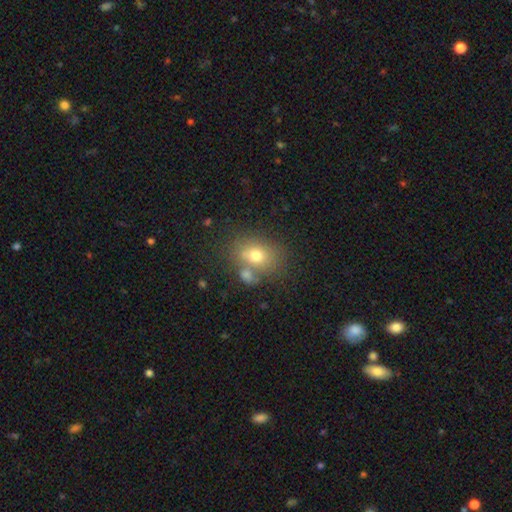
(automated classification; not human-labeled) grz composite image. It shows a smooth galaxy with no disk features (72%) that is in between round and cigar-shaped (54%). Merging: none (53%).